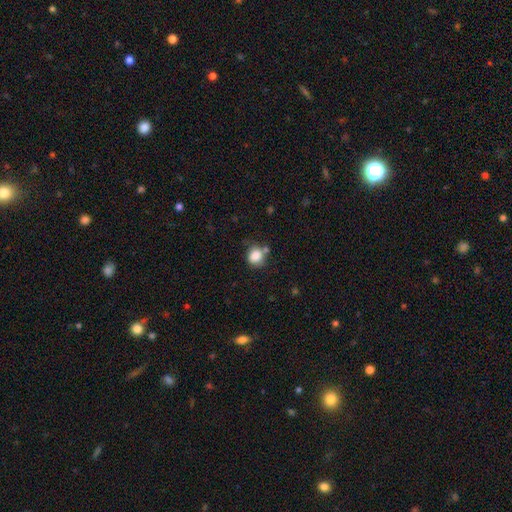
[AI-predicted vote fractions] The model was most divided on "merging": none: 59%, minor disturbance: 20%, merger: 14%, major disturbance: 7%. More confident: smooth or featured — smooth (84%); how rounded — round (76%).